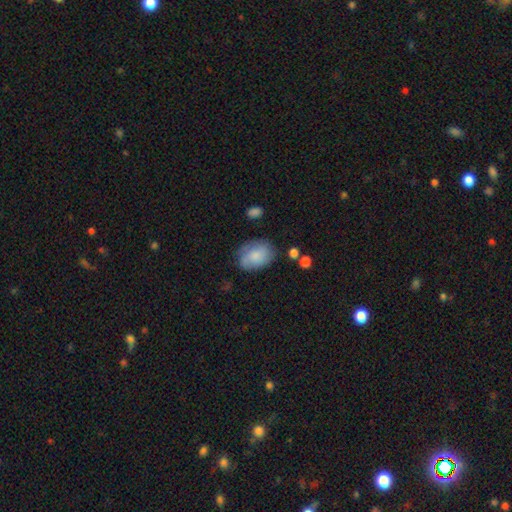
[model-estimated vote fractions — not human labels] Morphology: type=smooth (74%); roundness=in between (80%); merging=none (65%).